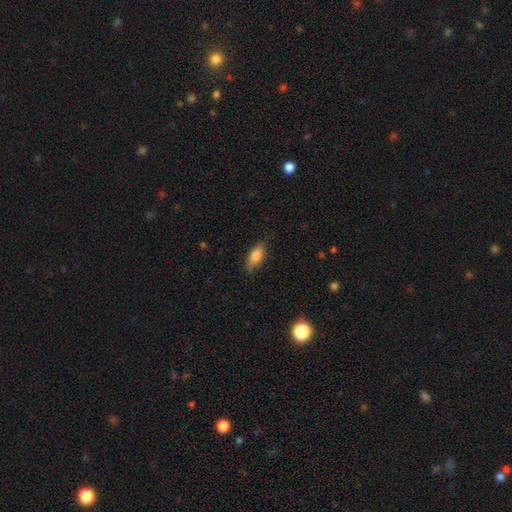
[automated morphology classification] smooth_or_featured: smooth (p=0.78) [alt: featured or disk p=0.15]
how_rounded: in between (p=0.76) [alt: cigar-shaped p=0.20]
merging: none (p=0.78) [alt: minor disturbance p=0.17]